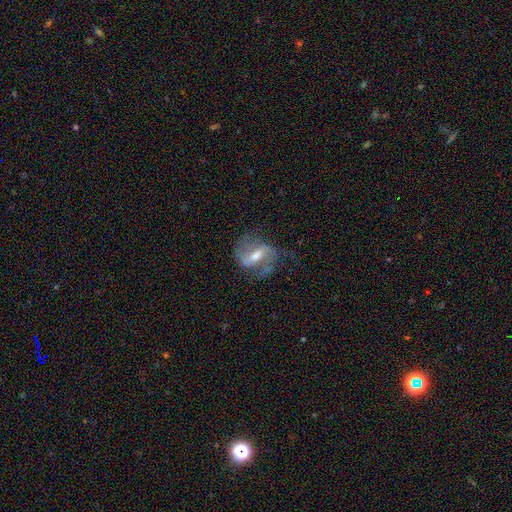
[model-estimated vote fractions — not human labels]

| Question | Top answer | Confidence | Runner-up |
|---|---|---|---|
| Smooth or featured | featured or disk | 80% | smooth (13%) |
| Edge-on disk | no | 95% | yes (5%) |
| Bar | strong | 48% | weak (40%) |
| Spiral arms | yes | 91% | no (9%) |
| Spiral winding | medium | 47% | loose (37%) |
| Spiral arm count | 2 | 85% | can't tell (7%) |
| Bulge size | moderate | 60% | small (28%) |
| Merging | none | 63% | minor disturbance (20%) |